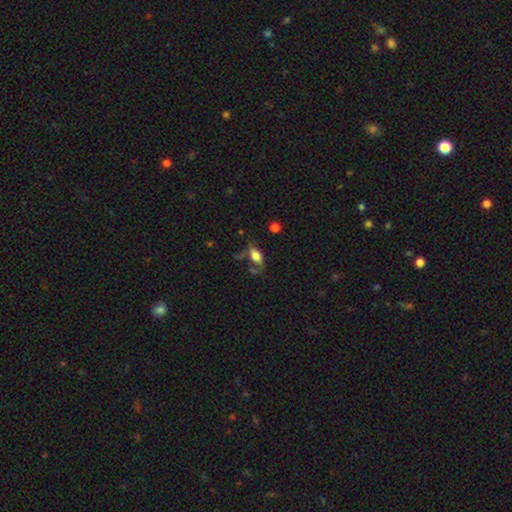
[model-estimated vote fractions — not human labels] Smooth or featured: smooth — 68% (featured or disk — 22%)
How rounded: in between — 84% (cigar-shaped — 9%)
Merging: none — 45% (minor disturbance — 26%)